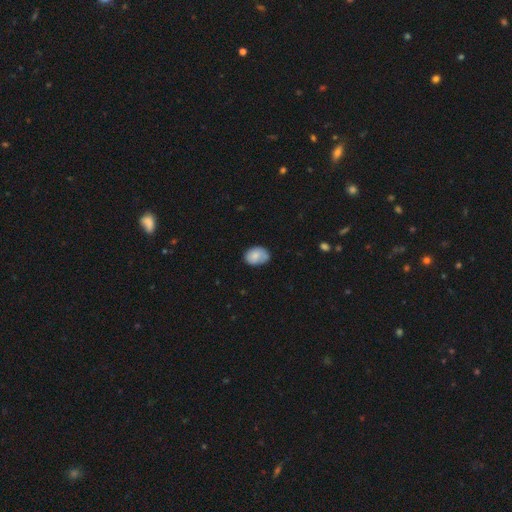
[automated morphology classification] smooth_or_featured: smooth (p=0.76) [alt: featured or disk p=0.17]
how_rounded: in between (p=0.70) [alt: round p=0.29]
merging: none (p=0.61) [alt: minor disturbance p=0.30]